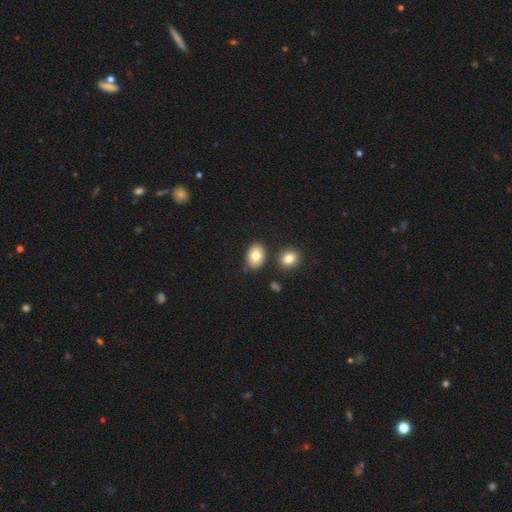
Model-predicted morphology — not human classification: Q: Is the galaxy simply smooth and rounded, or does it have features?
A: smooth — 81%.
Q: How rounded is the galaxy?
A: in between — 78%.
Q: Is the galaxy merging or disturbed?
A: none — 81%.